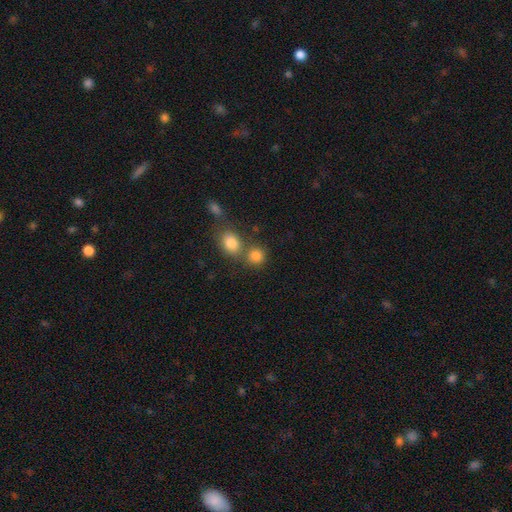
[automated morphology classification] Smooth or featured: smooth — 82% (star or artifact — 12%)
How rounded: round — 78% (in between — 21%)
Merging: none — 55% (merger — 33%)